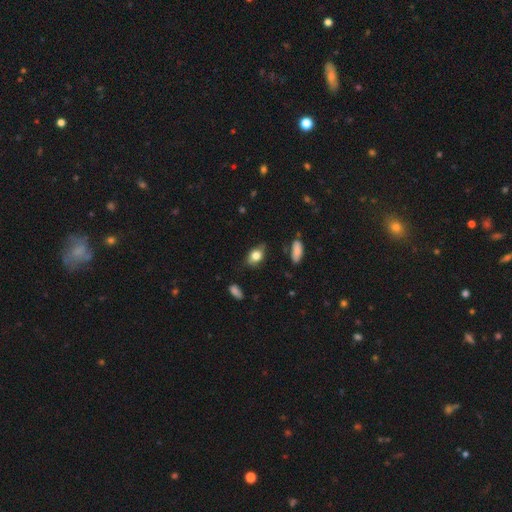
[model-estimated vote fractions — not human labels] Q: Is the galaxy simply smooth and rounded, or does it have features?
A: smooth — 75%.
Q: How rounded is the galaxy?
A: in between — 82%.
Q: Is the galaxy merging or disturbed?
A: none — 66%.